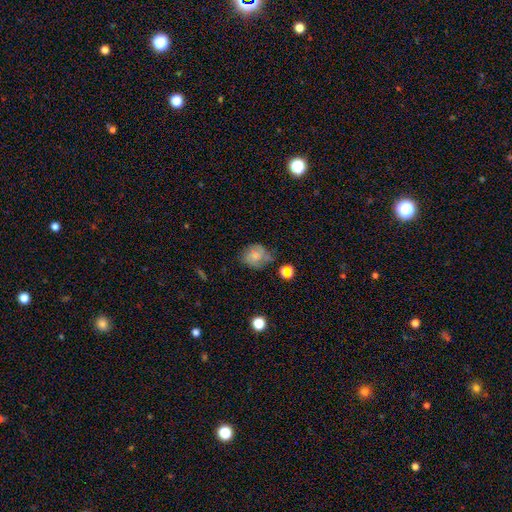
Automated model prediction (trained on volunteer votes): Smooth or featured? smooth (52%)
How rounded? round (67%)
Merging? none (52%)